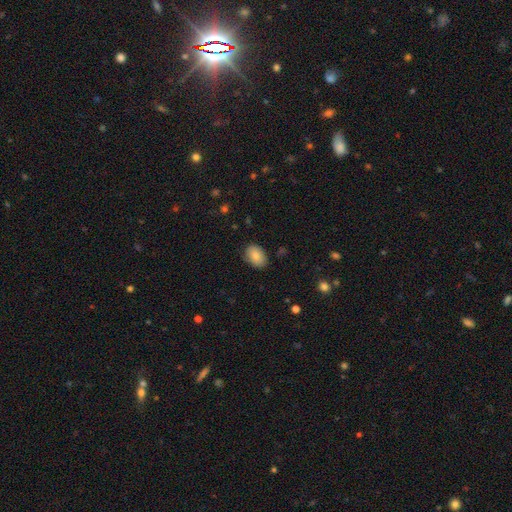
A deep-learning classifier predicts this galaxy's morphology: Smooth or featured? Predicted: smooth (p=0.83). How rounded? Predicted: in between (p=0.83). Merging? Predicted: none (p=0.85).